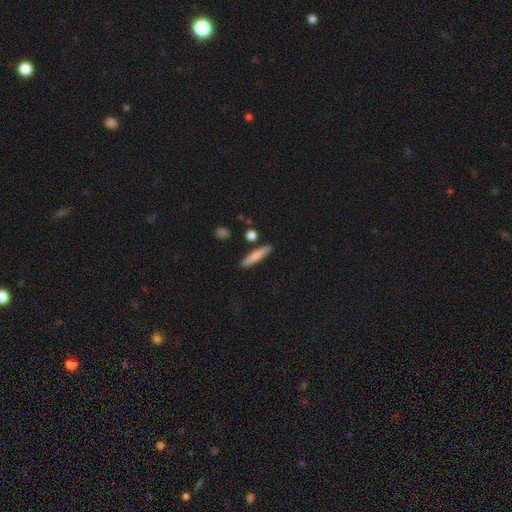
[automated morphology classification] The model was most divided on "smooth or featured": smooth: 77%, featured or disk: 17%, star or artifact: 6%. More confident: how rounded — cigar-shaped (89%); merging — none (86%).